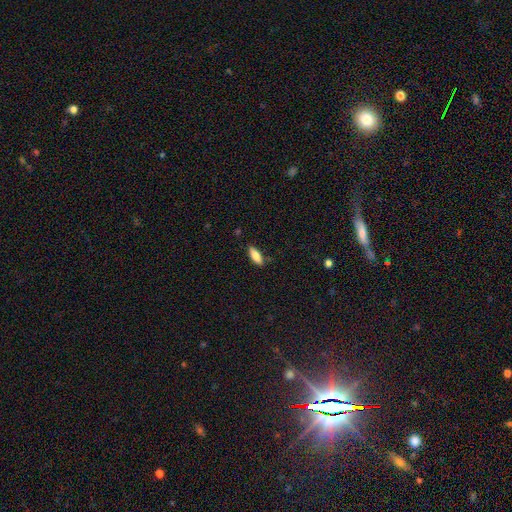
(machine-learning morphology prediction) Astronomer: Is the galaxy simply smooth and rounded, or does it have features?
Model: smooth — 82%.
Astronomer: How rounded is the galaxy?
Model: in between — 71%.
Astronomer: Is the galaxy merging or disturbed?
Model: none — 83%.